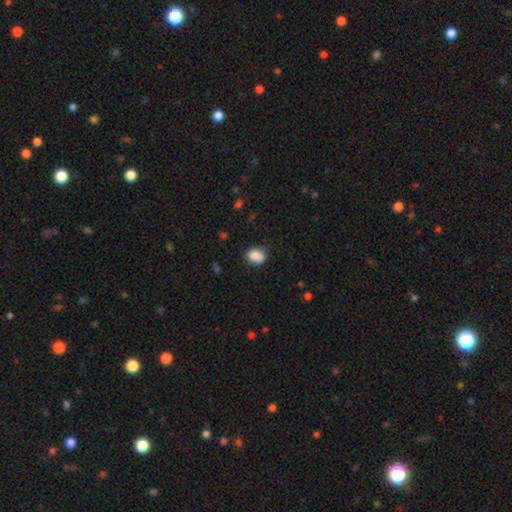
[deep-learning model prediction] Smooth or featured? smooth (87%)
How rounded? in between (62%)
Merging? none (76%)